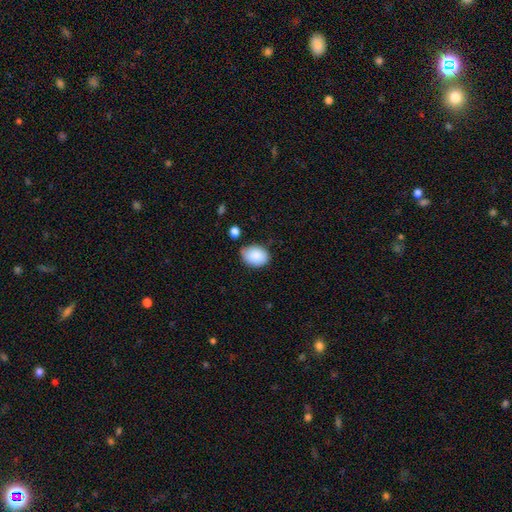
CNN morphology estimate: Smooth or featured: smooth — 88% (star or artifact — 7%)
How rounded: in between — 77% (round — 22%)
Merging: none — 68% (minor disturbance — 23%)